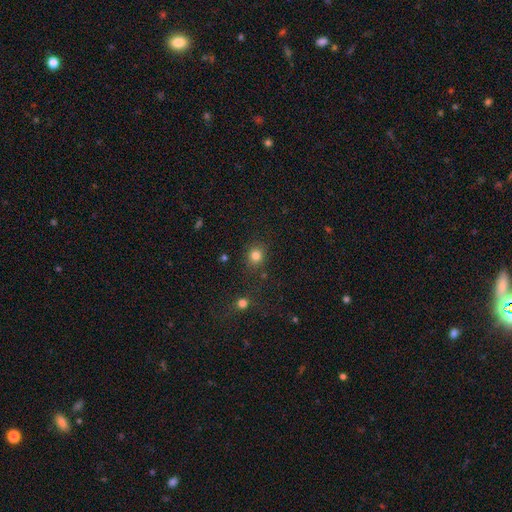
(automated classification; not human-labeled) Smooth or featured? smooth (81%)
How rounded? round (83%)
Merging? none (83%)